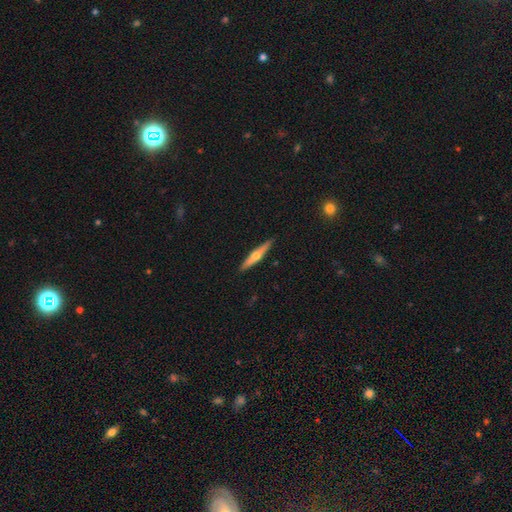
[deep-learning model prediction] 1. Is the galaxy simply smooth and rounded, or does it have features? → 62% featured or disk, 33% smooth, 5% star or artifact.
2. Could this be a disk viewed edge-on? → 96% yes, 4% no.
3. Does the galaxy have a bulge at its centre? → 92% rounded, 5% none, 3% boxy.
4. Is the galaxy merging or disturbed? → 91% none, 7% minor disturbance, 1% major disturbance, 1% merger.